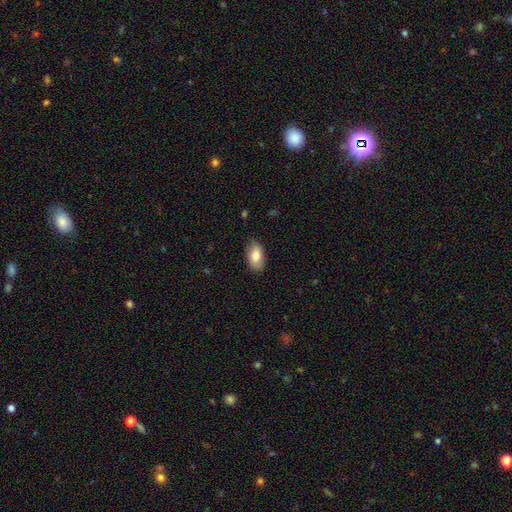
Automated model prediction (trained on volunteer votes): This appears to be a smooth galaxy with no disk features (81%) that is in between round and cigar-shaped (93%). Merging: none (83%).